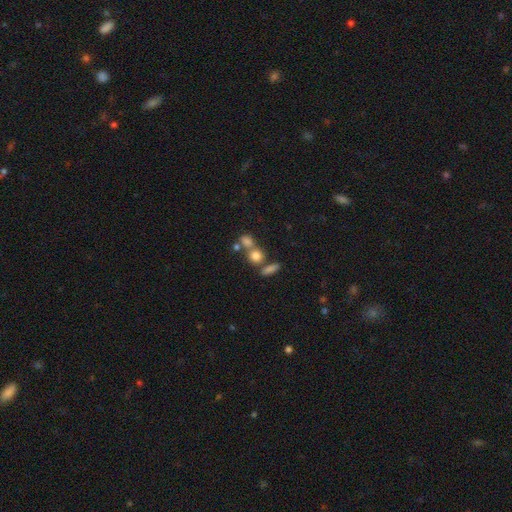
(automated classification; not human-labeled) Smooth or featured? smooth (76%)
How rounded? round (75%)
Merging? none (49%)